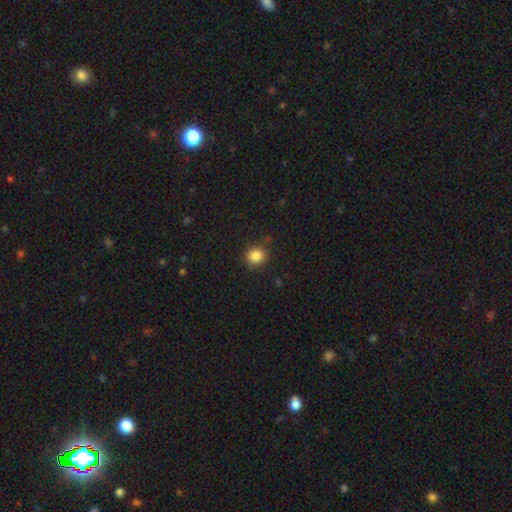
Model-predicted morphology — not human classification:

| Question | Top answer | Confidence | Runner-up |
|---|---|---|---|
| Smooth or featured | smooth | 85% | star or artifact (11%) |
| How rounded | round | 81% | in between (18%) |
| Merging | none | 89% | minor disturbance (8%) |